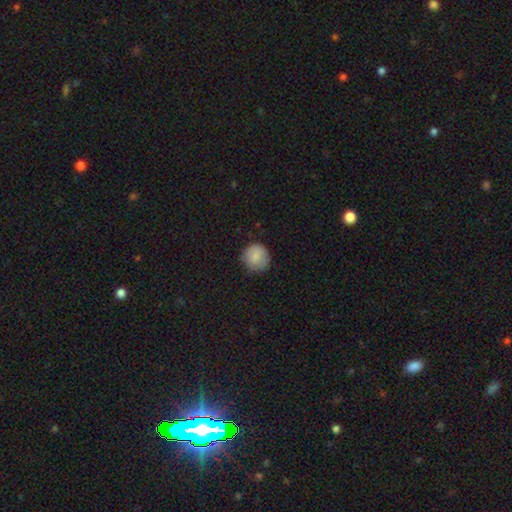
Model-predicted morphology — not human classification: The model was most divided on "merging": none: 82%, minor disturbance: 14%, major disturbance: 3%, merger: 1%. More confident: how rounded — round (93%); smooth or featured — smooth (85%).